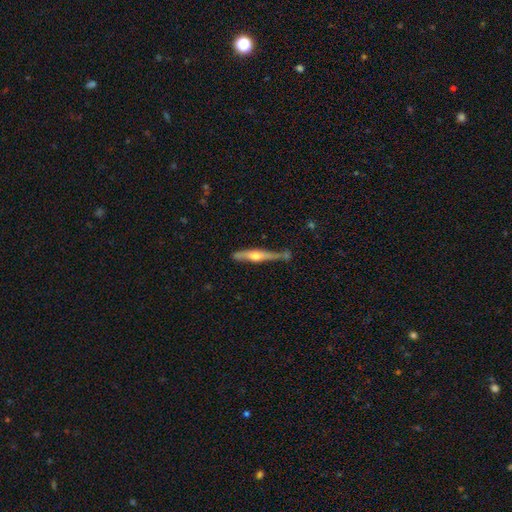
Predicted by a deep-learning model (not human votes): Smooth or featured? Predicted: featured or disk (p=0.64). Edge-on disk? Predicted: yes (p=0.94). Edge-on bulge? Predicted: rounded (p=0.88). Merging? Predicted: none (p=0.66).